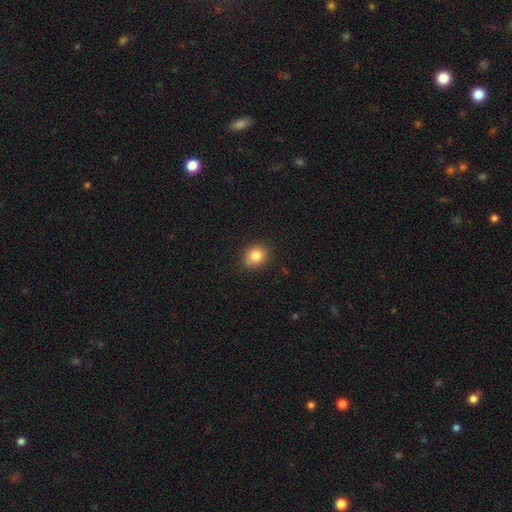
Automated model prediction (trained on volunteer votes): smooth-or-featured: smooth: 83% | star or artifact: 10% | featured or disk: 7%
  how-rounded: round: 69% | in between: 30% | cigar-shaped: 1%
  merging: none: 80% | minor disturbance: 14% | merger: 3% | major disturbance: 3%